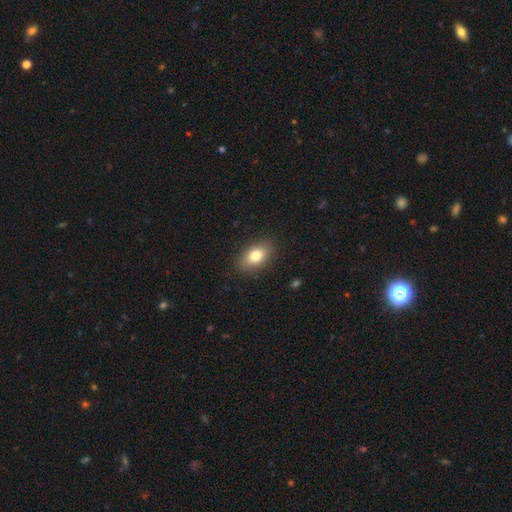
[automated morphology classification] Smooth or featured?
  - smooth: 81% *
  - featured or disk: 11%
  - star or artifact: 8%
How rounded?
  - in between: 87% *
  - round: 10%
  - cigar-shaped: 3%
Merging?
  - none: 87% *
  - minor disturbance: 9%
  - major disturbance: 3%
  - merger: 1%